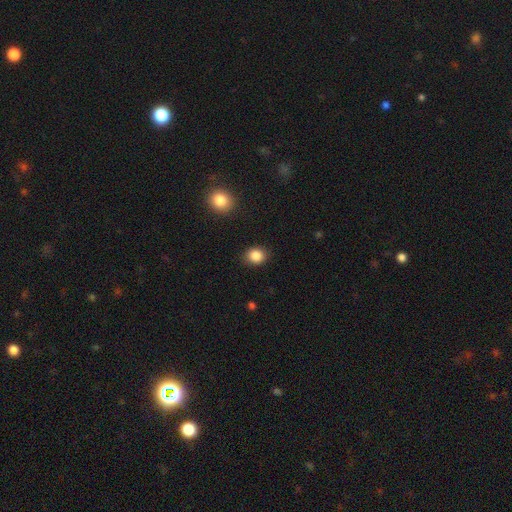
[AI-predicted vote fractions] smooth 86%, star or artifact 10%, featured or disk 4%. Down the decision tree: how rounded — round (62%); merging — none (86%).